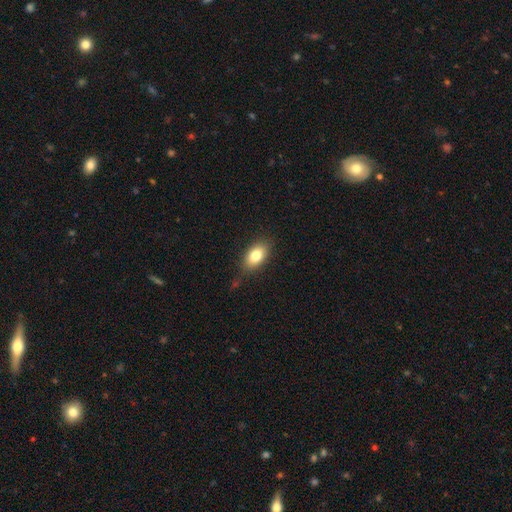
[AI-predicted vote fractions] A smooth galaxy with no disk features (80%) that is in between round and cigar-shaped (89%). Merging: none (80%).